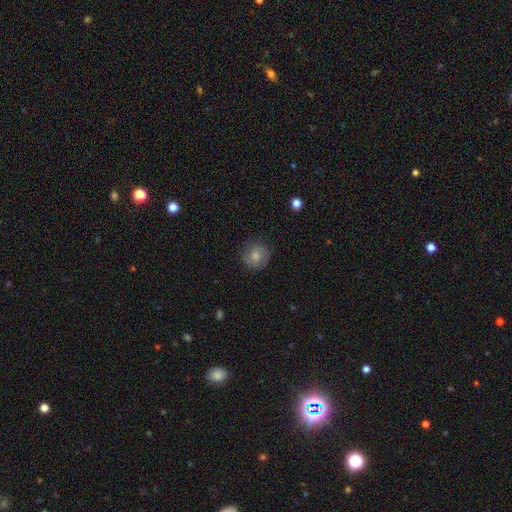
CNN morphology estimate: A smooth galaxy with no disk features (55%) that is round (90%).

Vote fractions:
- Smooth or featured? smooth: 55% / featured or disk: 37% / star or artifact: 9%
- How rounded? round: 90% / in between: 9% / cigar-shaped: 1%
- Merging? none: 81% / minor disturbance: 14% / major disturbance: 4% / merger: 1%